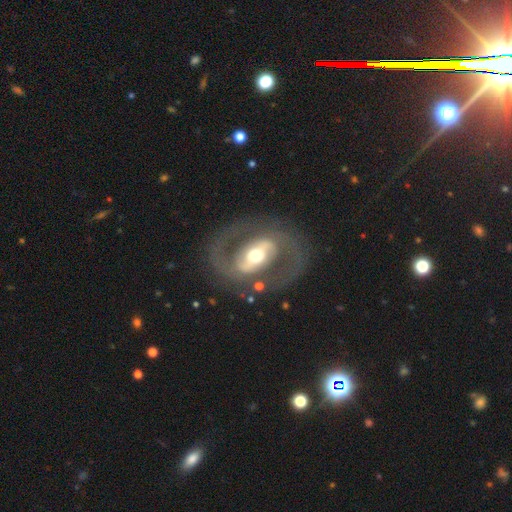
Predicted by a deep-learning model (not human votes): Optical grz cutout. It shows a featured or disk galaxy (82%) with a strong bar (51%), 2 (88%) medium (50%) spiral arms (75%) and a moderate central bulge (65%). Merging: none (76%).